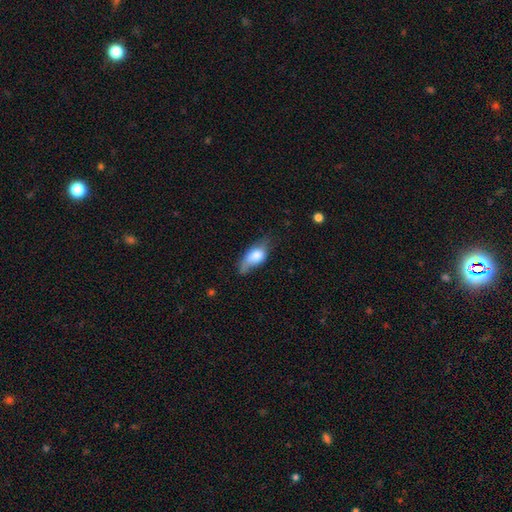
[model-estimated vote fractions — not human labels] Overall: smooth (72%). How rounded: in between (86%). Merging: minor disturbance (40%; none 37%).